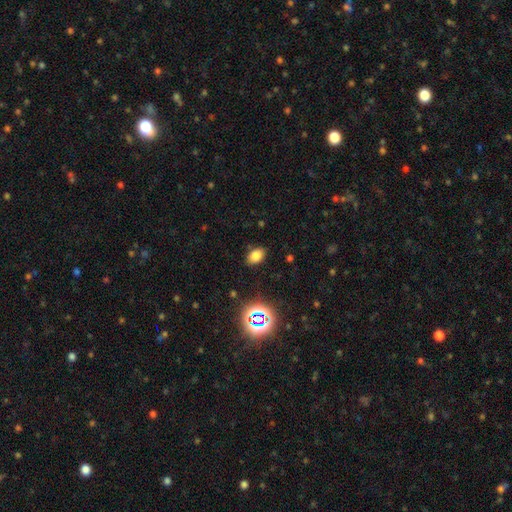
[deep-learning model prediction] Overall: smooth (76%). How rounded: in between (82%). Merging: none (85%).